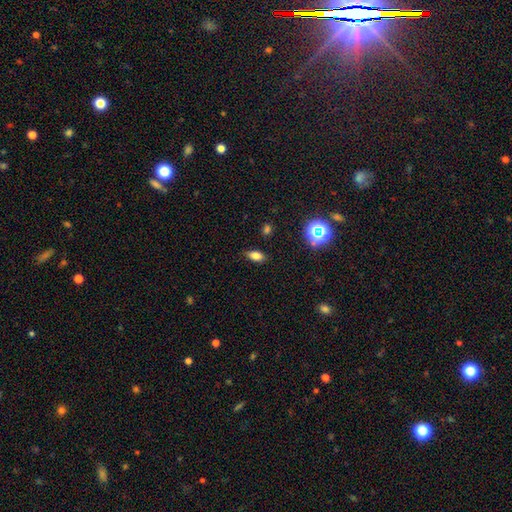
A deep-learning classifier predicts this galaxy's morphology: Smooth or featured? Predicted: smooth (p=0.77). How rounded? Predicted: in between (p=0.85). Merging? Predicted: none (p=0.84).